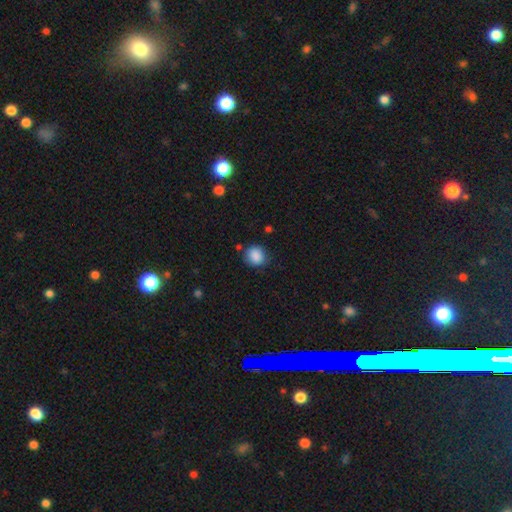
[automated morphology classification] A smooth galaxy with no disk features (87%) that is round (79%). Merging: none (74%).